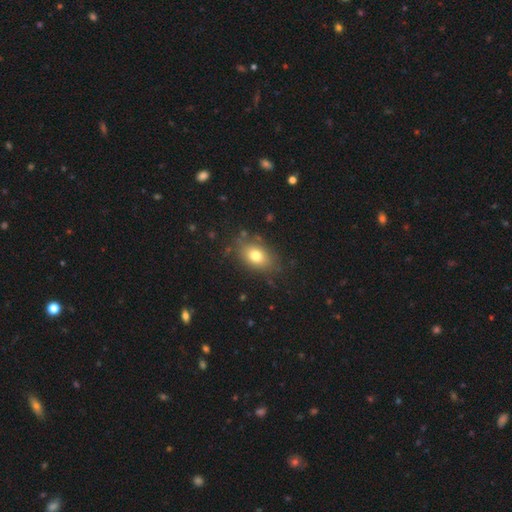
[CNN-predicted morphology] Smooth or featured? Predicted: smooth (p=0.77). How rounded? Predicted: in between (p=0.78). Merging? Predicted: none (p=0.81).